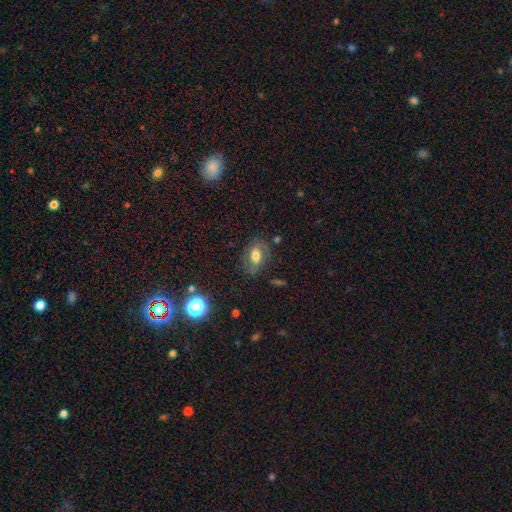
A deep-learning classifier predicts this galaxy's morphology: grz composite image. It shows a smooth galaxy with no disk features (51%) that is in between round and cigar-shaped (80%). Merging: none (70%).